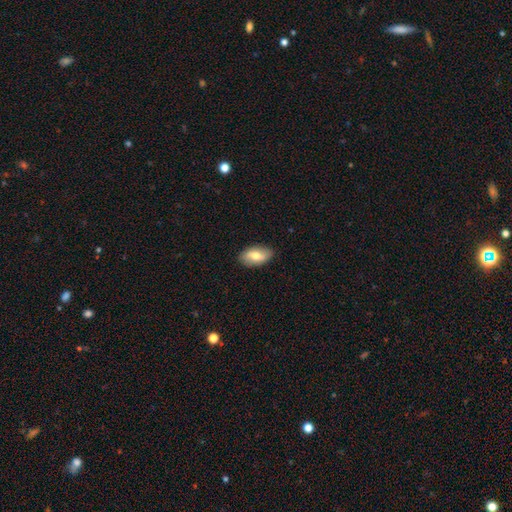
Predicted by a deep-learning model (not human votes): A smooth galaxy with no disk features (63%) that is in between round and cigar-shaped (92%).

Vote fractions:
- Smooth or featured? smooth: 63% / featured or disk: 30% / star or artifact: 6%
- How rounded? in between: 92% / round: 5% / cigar-shaped: 3%
- Merging? none: 86% / minor disturbance: 11% / major disturbance: 2% / merger: 1%